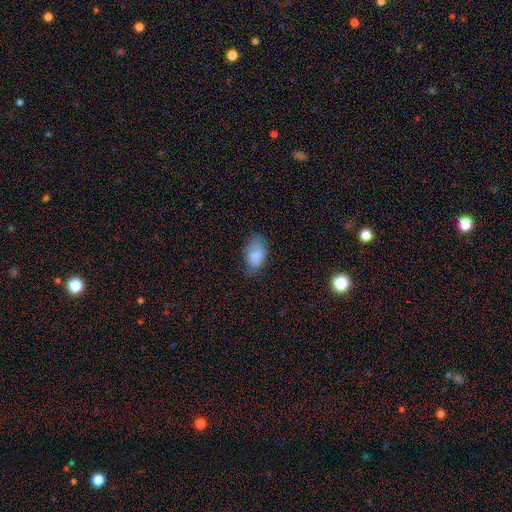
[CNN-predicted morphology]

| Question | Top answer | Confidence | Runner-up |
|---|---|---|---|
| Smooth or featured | smooth | 85% | featured or disk (8%) |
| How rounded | in between | 90% | round (8%) |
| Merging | none | 68% | minor disturbance (24%) |